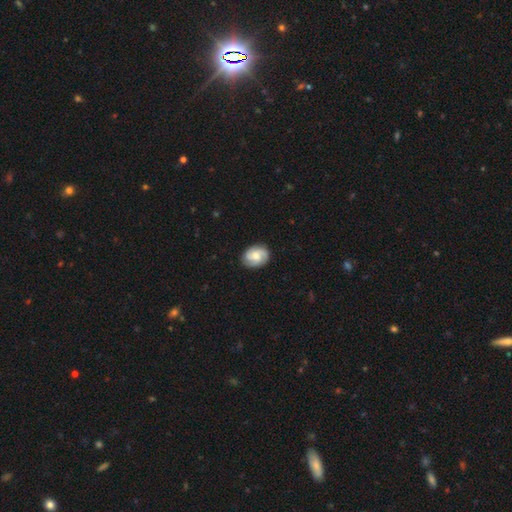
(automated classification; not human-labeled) Smooth or featured?
  - featured or disk: 64% *
  - smooth: 30%
  - star or artifact: 7%
Edge-on disk?
  - no: 98% *
  - yes: 2%
Bar?
  - no: 58% *
  - weak: 36%
  - strong: 6%
Spiral arms?
  - yes: 94% *
  - no: 6%
Spiral winding?
  - tight: 44% *
  - medium: 41%
  - loose: 15%
Spiral arm count?
  - 3: 39% *
  - 2: 37%
  - can't tell: 13%
  - 4: 5%
  - 1: 4%
  - more than 4: 3%
Bulge size?
  - moderate: 53% *
  - small: 28%
  - large: 11%
  - none: 6%
  - dominant: 2%
Merging?
  - none: 82% *
  - minor disturbance: 13%
  - major disturbance: 3%
  - merger: 1%